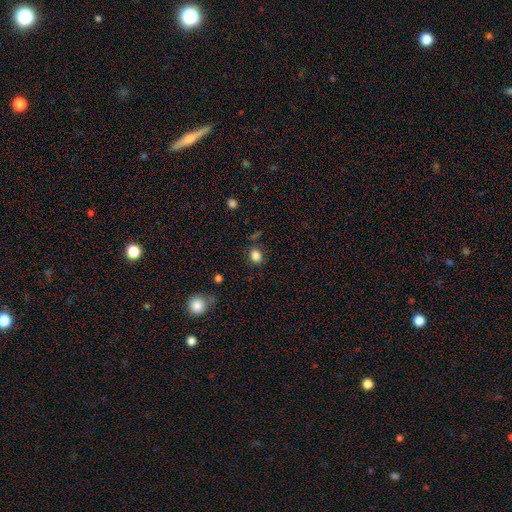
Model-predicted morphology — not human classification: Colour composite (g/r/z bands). It shows a smooth galaxy with no disk features (84%) that is round (54%). Merging: none (77%).